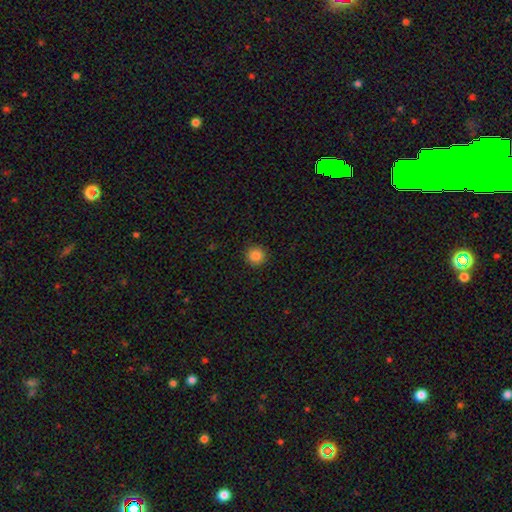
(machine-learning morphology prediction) Smooth or featured?
  - smooth: 84% *
  - star or artifact: 11%
  - featured or disk: 5%
How rounded?
  - round: 95% *
  - in between: 4%
  - cigar-shaped: 1%
Merging?
  - none: 93% *
  - minor disturbance: 5%
  - major disturbance: 2%
  - merger: 1%